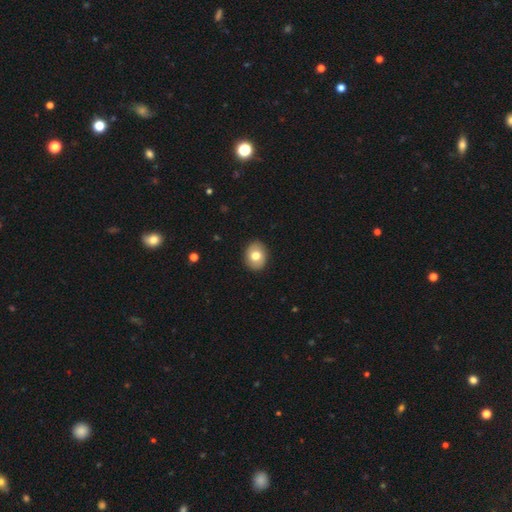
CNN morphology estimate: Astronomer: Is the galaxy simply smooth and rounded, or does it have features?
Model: smooth — 76%.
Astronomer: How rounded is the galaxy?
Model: round — 52% (runner-up: in between, 48%).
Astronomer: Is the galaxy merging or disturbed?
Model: none — 90%.